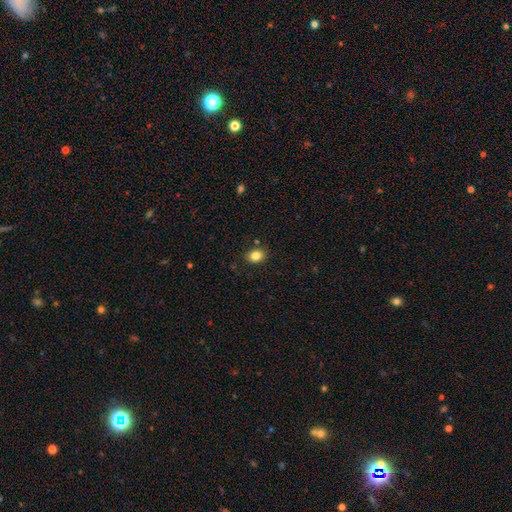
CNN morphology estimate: Smooth or featured? Predicted: smooth (p=0.84). How rounded? Predicted: in between (p=0.63). Merging? Predicted: none (p=0.85).